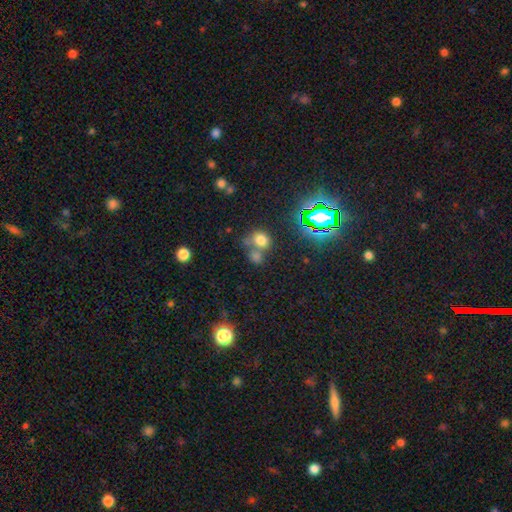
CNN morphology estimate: This appears to be a smooth galaxy with no disk features (62%) that is round (69%). Merging: none (43%, tied with merger).